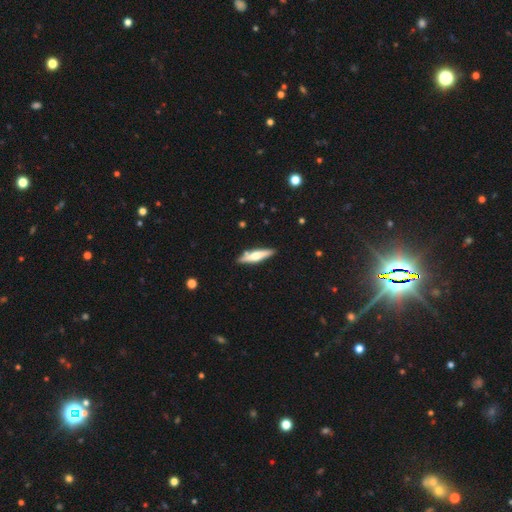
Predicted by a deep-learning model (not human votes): Smooth or featured: featured or disk — 51% (smooth — 44%)
Edge-on disk: yes — 94% (no — 6%)
Merging: none — 85% (minor disturbance — 10%)